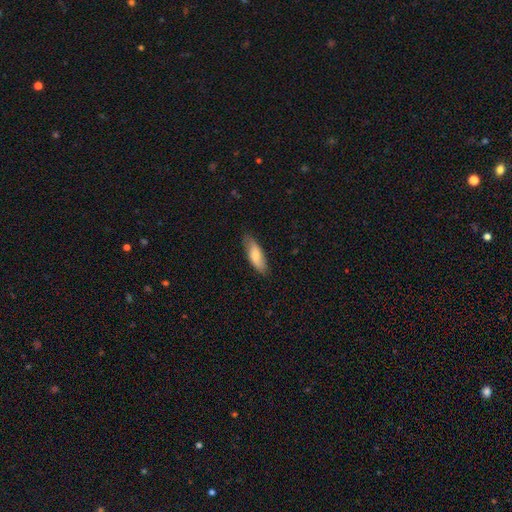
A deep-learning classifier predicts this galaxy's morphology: Smooth or featured? smooth (74%)
How rounded? in between (62%)
Merging? none (82%)